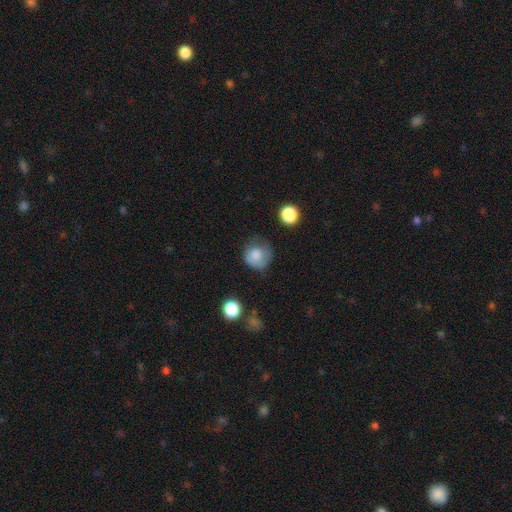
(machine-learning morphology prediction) This is likely a smooth galaxy (77%). How rounded: clearly round (85%). Merging: possibly none (50%).